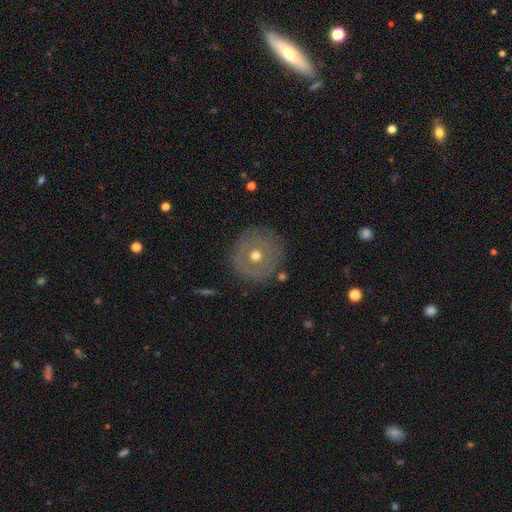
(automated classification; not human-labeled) smooth_or_featured: featured or disk (p=0.51) [alt: smooth p=0.42]
disk_edge_on: no (p=0.95) [alt: yes p=0.05]
merging: none (p=0.82) [alt: minor disturbance p=0.11]